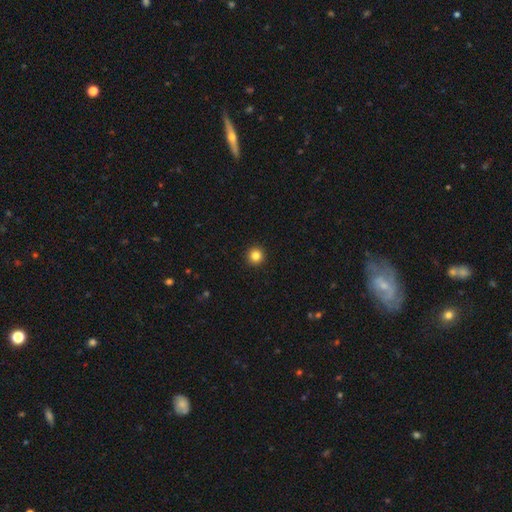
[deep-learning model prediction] smooth 84%, star or artifact 12%, featured or disk 5%. Down the decision tree: how rounded — round (96%); merging — none (94%).